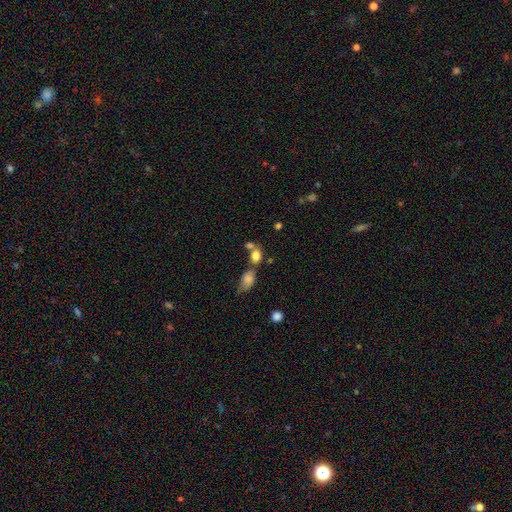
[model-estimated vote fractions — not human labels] A smooth galaxy with no disk features (78%) that is in between round and cigar-shaped (64%). Merging: merger (45%).